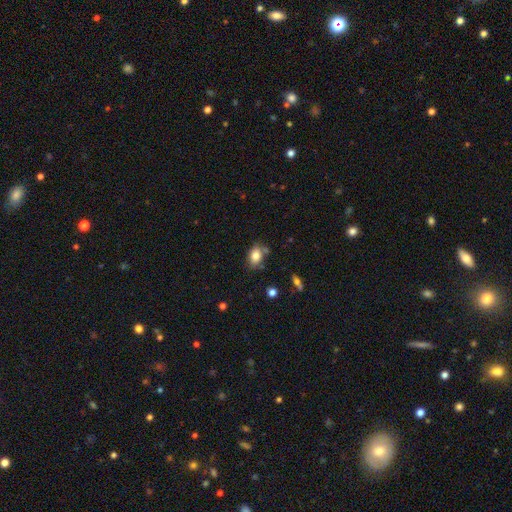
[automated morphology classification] Smooth or featured? smooth (81%)
How rounded? in between (80%)
Merging? none (68%)